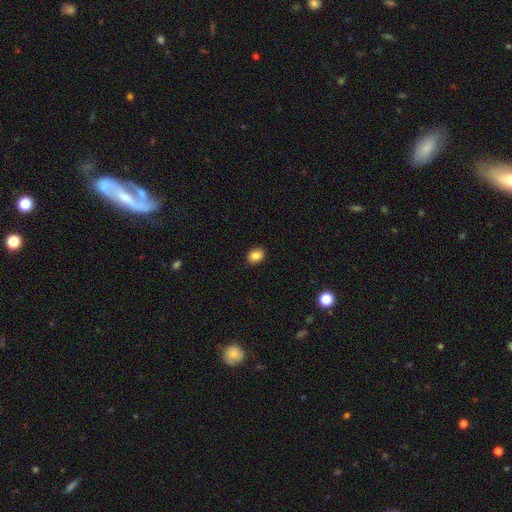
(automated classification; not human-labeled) This appears to be a smooth galaxy with no disk features (86%) that is in between round and cigar-shaped (64%). Merging: none (90%).